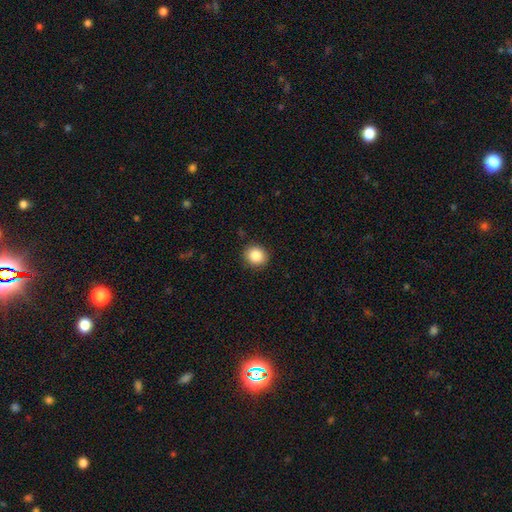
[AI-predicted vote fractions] This appears to be a smooth galaxy with no disk features (86%) that is round (80%). Merging: none (89%).